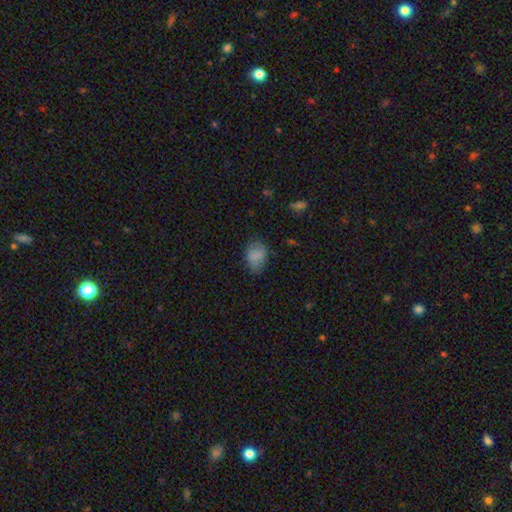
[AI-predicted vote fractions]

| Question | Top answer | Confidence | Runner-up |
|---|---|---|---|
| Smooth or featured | smooth | 81% | star or artifact (9%) |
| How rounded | in between | 81% | round (18%) |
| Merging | none | 69% | minor disturbance (23%) |